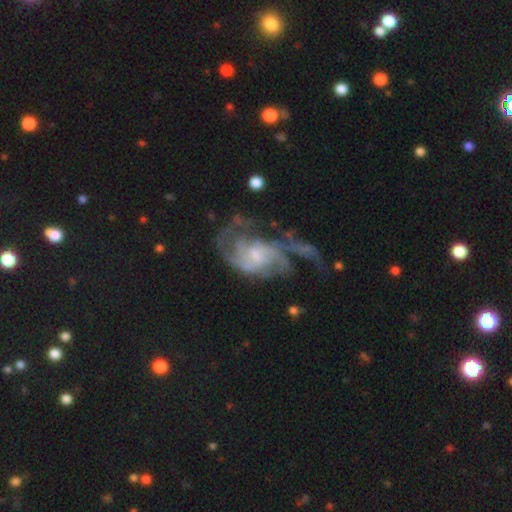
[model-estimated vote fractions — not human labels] featured or disk 85%, smooth 9%, star or artifact 6%. Down the decision tree: edge-on disk — no (97%); bar — weak (48%); spiral arms — yes (91%); spiral arm count — 2 (37%); spiral winding — medium (45%); bulge size — small (43%); merging — major disturbance (37%).